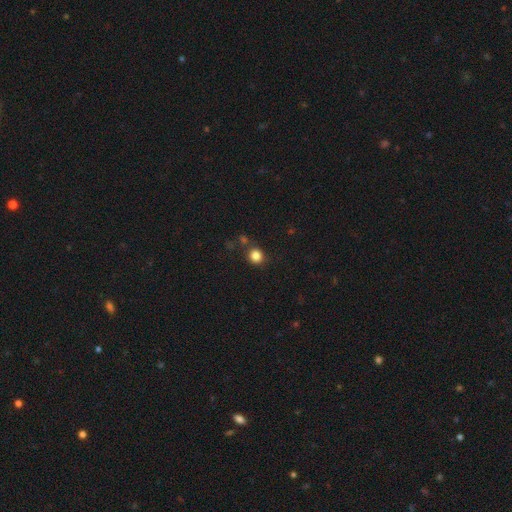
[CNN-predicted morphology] type=smooth (84%); roundness=round (86%); merging=none (79%).